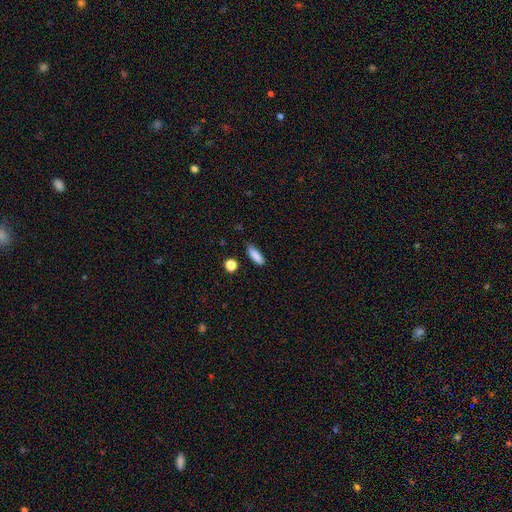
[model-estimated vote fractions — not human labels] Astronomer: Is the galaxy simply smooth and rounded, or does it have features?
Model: smooth — 87%.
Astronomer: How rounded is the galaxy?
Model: in between — 53% (runner-up: cigar-shaped, 44%).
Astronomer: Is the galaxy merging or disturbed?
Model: none — 81%.